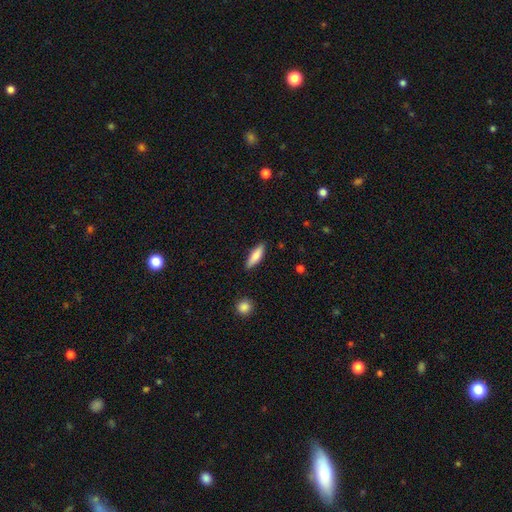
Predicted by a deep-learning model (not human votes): Overall: smooth (80%). How rounded: cigar-shaped (56%; in between 42%). Merging: none (87%).